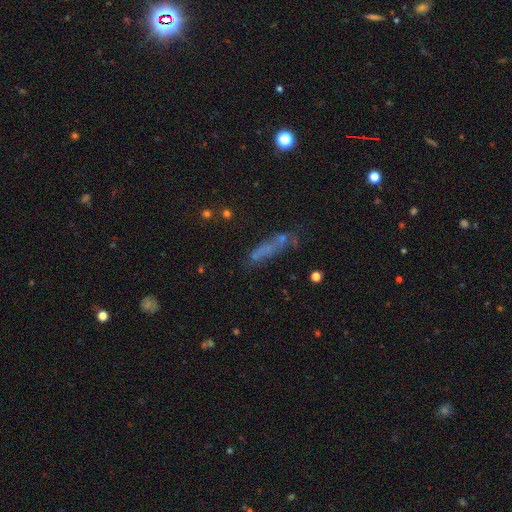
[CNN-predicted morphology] This appears to be a smooth galaxy with no disk features (41%). Merging: none (65%).